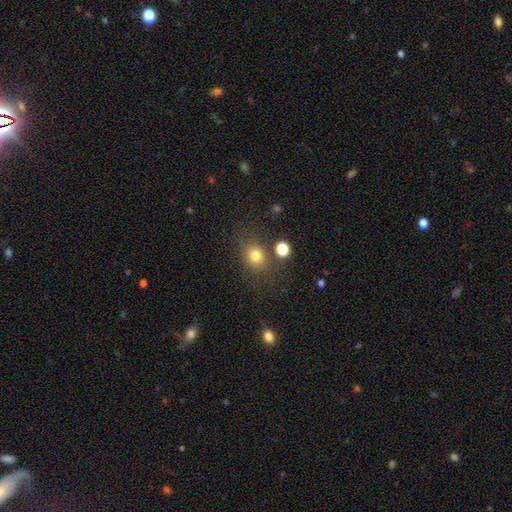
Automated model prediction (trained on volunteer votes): smooth_or_featured: smooth (p=0.78) [alt: star or artifact p=0.15]
how_rounded: round (p=0.69) [alt: in between p=0.30]
merging: none (p=0.75) [alt: minor disturbance p=0.12]